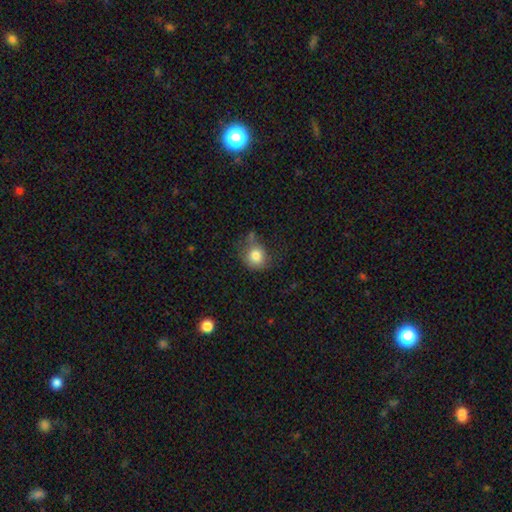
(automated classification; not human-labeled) smooth-or-featured: smooth: 81% | featured or disk: 10% | star or artifact: 10%
  how-rounded: round: 76% | in between: 23% | cigar-shaped: 1%
  merging: none: 50% | minor disturbance: 29% | major disturbance: 13% | merger: 7%